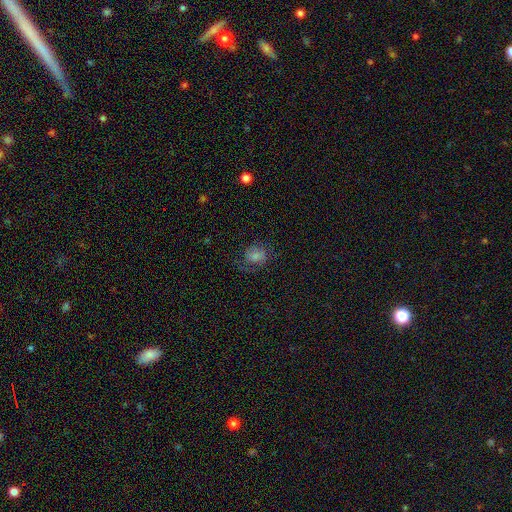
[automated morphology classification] smooth 54%, featured or disk 34%, star or artifact 12%. Down the decision tree: how rounded — round (57%); merging — none (55%).